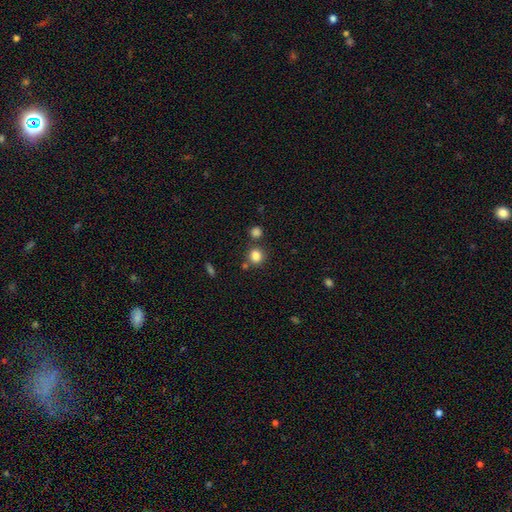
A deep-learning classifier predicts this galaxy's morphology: smooth-or-featured: smooth: 84% | star or artifact: 11% | featured or disk: 5%
  how-rounded: round: 85% | in between: 14% | cigar-shaped: 1%
  merging: none: 75% | merger: 12% | minor disturbance: 9% | major disturbance: 3%